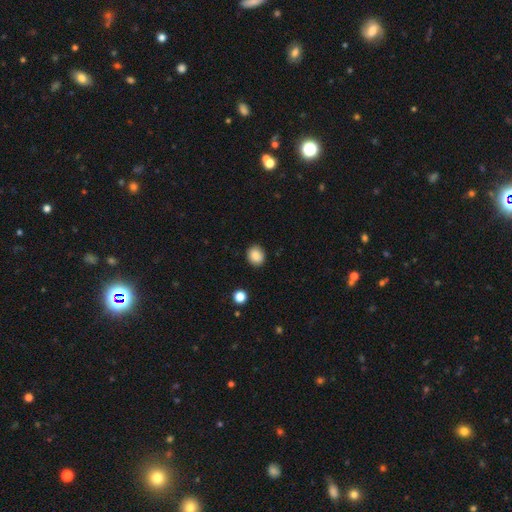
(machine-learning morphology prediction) The model was most divided on "how rounded": round: 63%, in between: 36%, cigar-shaped: 1%. More confident: merging — none (89%); smooth or featured — smooth (87%).